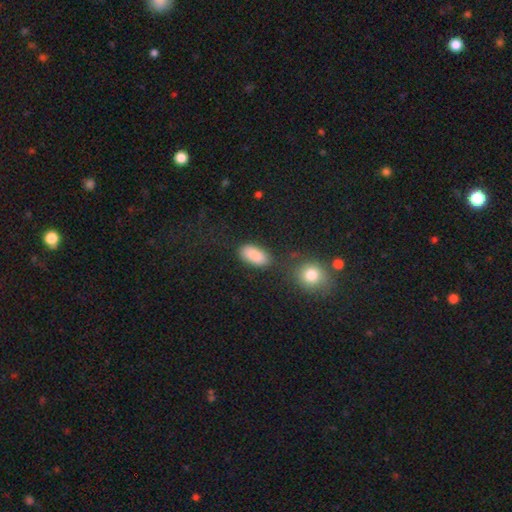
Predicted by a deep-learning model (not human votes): Morphology: type=smooth (89%); roundness=in between (91%); merging=none (74%).